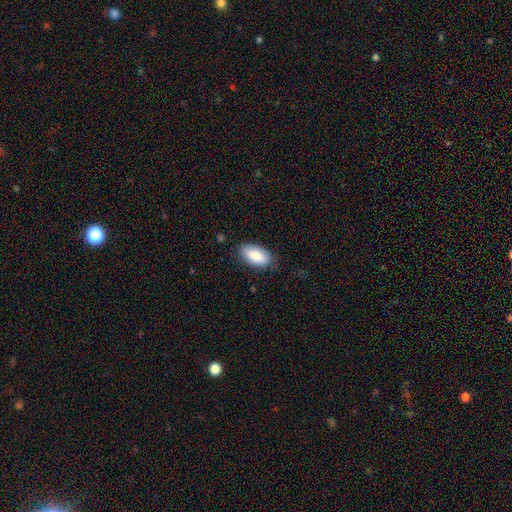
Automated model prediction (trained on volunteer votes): Overall: smooth (87%). How rounded: in between (94%). Merging: none (81%).